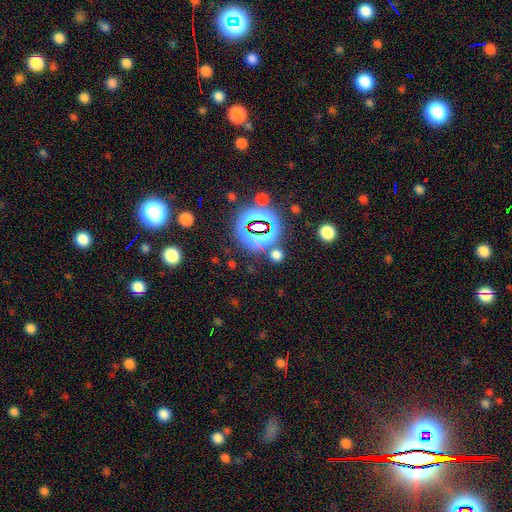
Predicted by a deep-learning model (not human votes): Overall: star or artifact (78%).